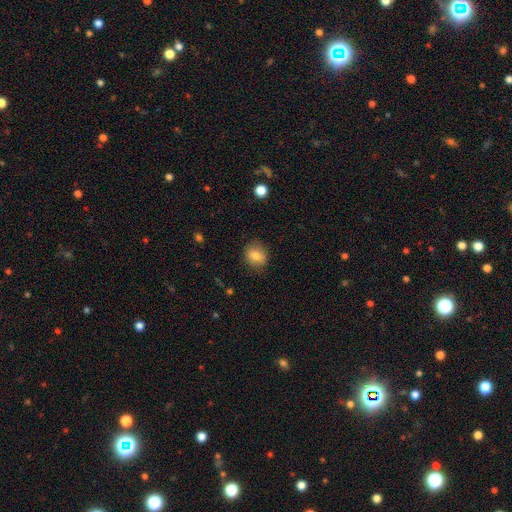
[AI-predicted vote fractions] Smooth or featured: smooth — 80% (featured or disk — 11%)
How rounded: round — 59% (in between — 40%)
Merging: none — 83% (minor disturbance — 13%)